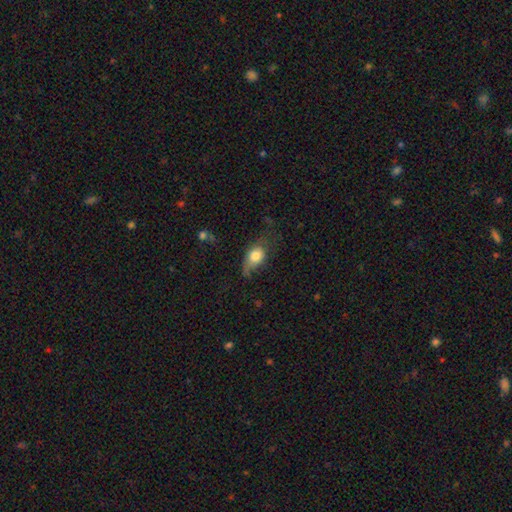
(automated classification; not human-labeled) This is likely a smooth galaxy (72%). How rounded: likely in between (73%). Merging: marginally none (40%).